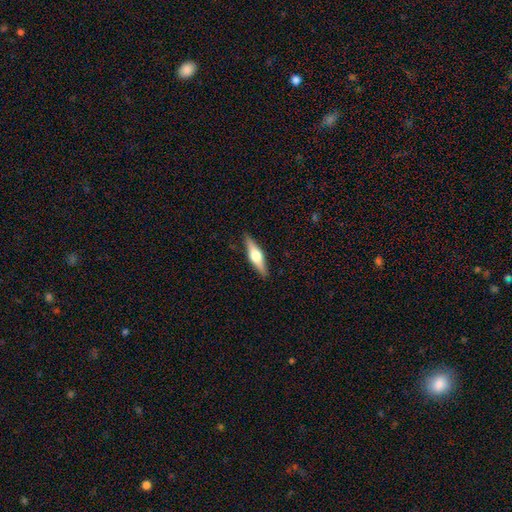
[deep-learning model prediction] A featured or disk galaxy (60%) viewed edge-on (96%) with a rounded central bulge (93%).

Vote fractions:
- Smooth or featured? featured or disk: 60% / smooth: 34% / star or artifact: 6%
- Edge-on disk? yes: 96% / no: 4%
- Edge-on bulge? rounded: 93% / boxy: 5% / none: 2%
- Merging? none: 89% / minor disturbance: 8% / major disturbance: 2% / merger: 1%